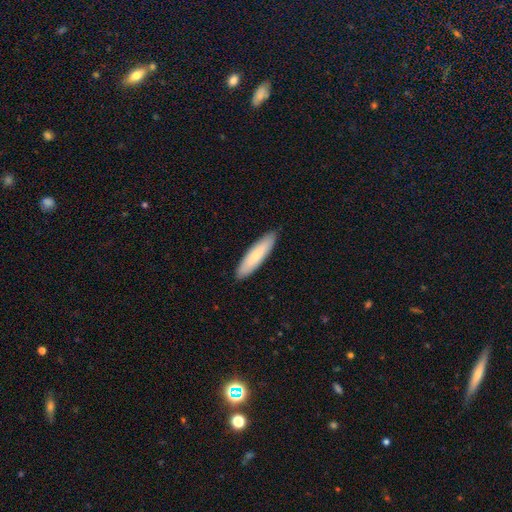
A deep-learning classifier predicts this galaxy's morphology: smooth 75%, featured or disk 20%, star or artifact 5%. Down the decision tree: how rounded — cigar-shaped (76%); merging — none (90%).